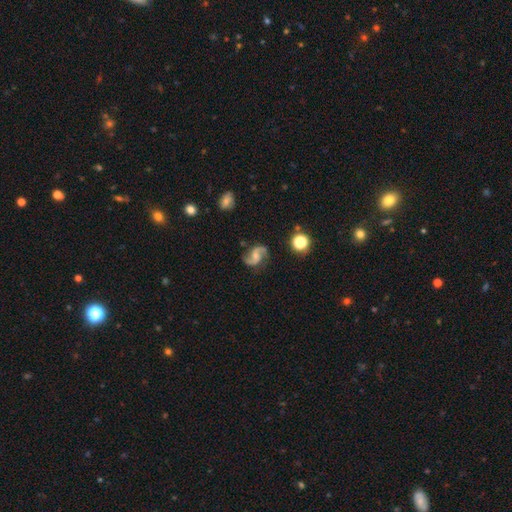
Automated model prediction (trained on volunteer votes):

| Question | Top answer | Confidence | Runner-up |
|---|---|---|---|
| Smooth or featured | featured or disk | 87% | smooth (6%) |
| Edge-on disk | no | 98% | yes (2%) |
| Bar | no | 48% | weak (40%) |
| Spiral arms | yes | 98% | no (2%) |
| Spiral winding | loose | 49% | medium (42%) |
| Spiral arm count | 2 | 94% | can't tell (2%) |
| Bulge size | small | 45% | moderate (40%) |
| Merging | none | 80% | minor disturbance (13%) |